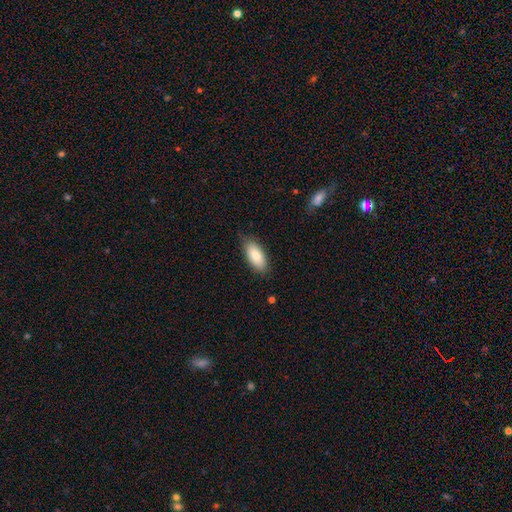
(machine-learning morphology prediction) smooth-or-featured: smooth: 83% | featured or disk: 11% | star or artifact: 6%
  how-rounded: in between: 86% | cigar-shaped: 12% | round: 2%
  merging: none: 80% | minor disturbance: 16% | major disturbance: 3% | merger: 1%